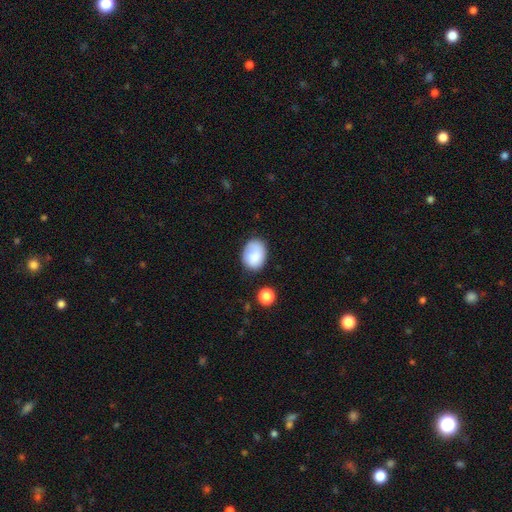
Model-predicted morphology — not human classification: smooth 76%, featured or disk 15%, star or artifact 8%. Down the decision tree: how rounded — in between (69%); merging — none (63%).